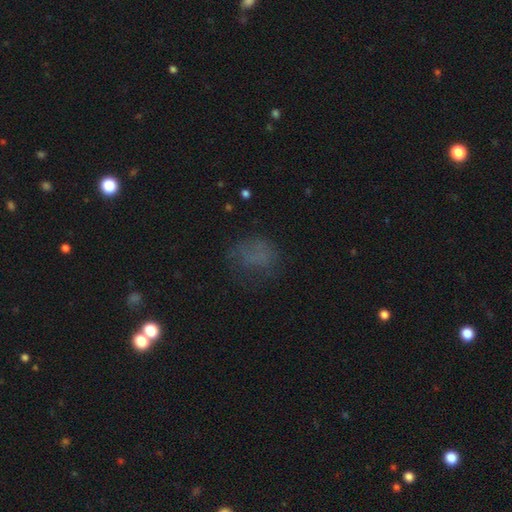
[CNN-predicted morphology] This is possibly a smooth galaxy (56%). How rounded: possibly round (53%). Merging: possibly none (58%).